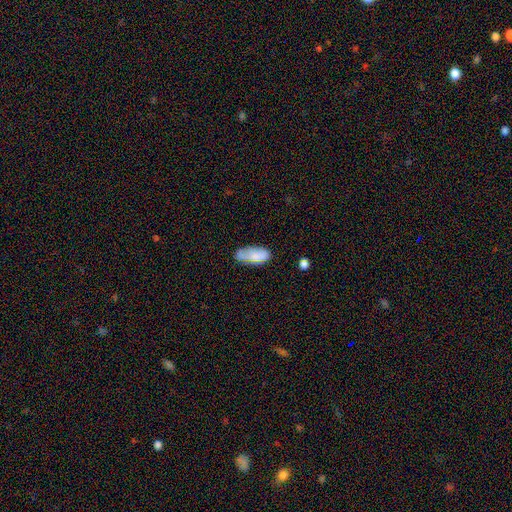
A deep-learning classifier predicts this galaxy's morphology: smooth_or_featured: smooth (p=0.75) [alt: featured or disk p=0.17]
how_rounded: in between (p=0.89) [alt: cigar-shaped p=0.09]
merging: none (p=0.57) [alt: minor disturbance p=0.30]